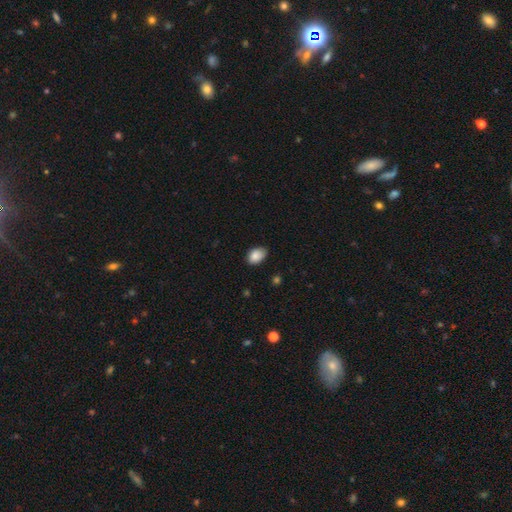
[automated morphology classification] Overall: smooth (87%). How rounded: in between (86%). Merging: none (75%).